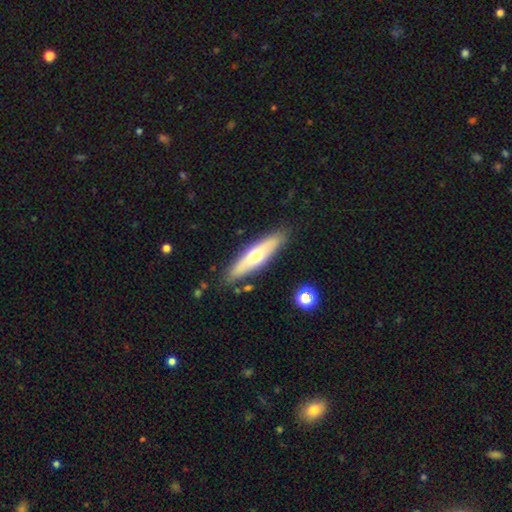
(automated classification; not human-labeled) Smooth or featured?
  - smooth: 52% *
  - featured or disk: 42%
  - star or artifact: 6%
How rounded?
  - cigar-shaped: 66% *
  - in between: 32%
  - round: 2%
Merging?
  - none: 86% *
  - minor disturbance: 10%
  - major disturbance: 2%
  - merger: 2%